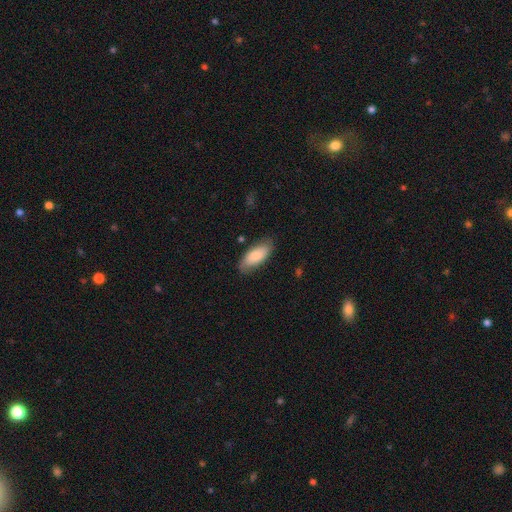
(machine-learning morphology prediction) Overall: smooth (80%). How rounded: in between (86%). Merging: none (79%).